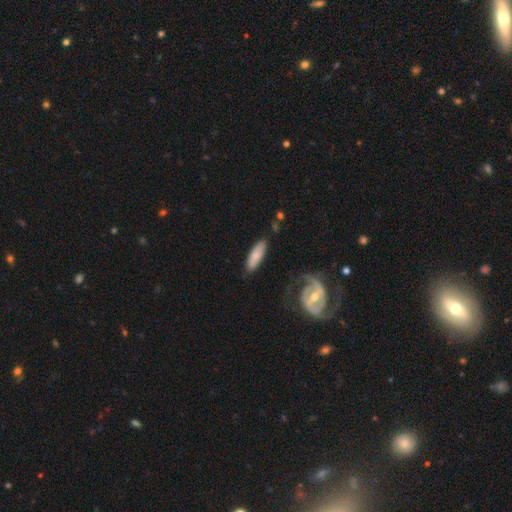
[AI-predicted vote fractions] Smooth or featured? smooth (72%)
How rounded? in between (55%)
Merging? none (76%)